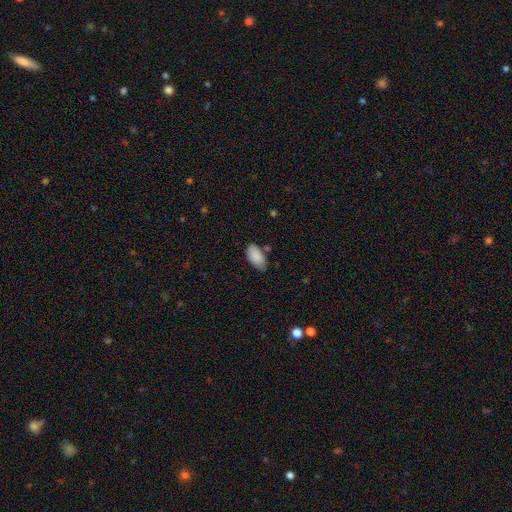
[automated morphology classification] Q: Smooth or featured?
A: smooth (88%); runner-up: star or artifact (7%)
Q: How rounded?
A: in between (94%); runner-up: cigar-shaped (4%)
Q: Merging?
A: none (67%); runner-up: minor disturbance (24%)